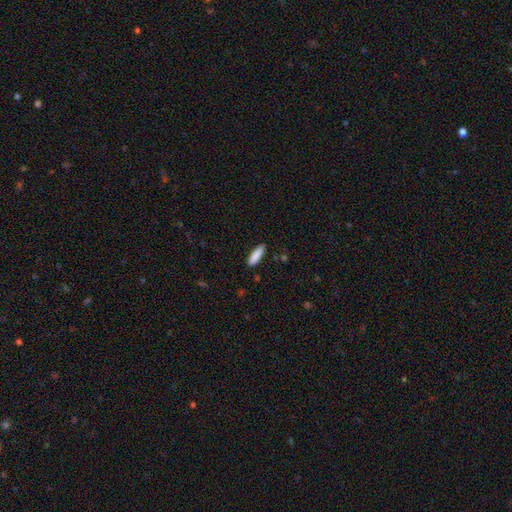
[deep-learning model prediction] Morphology: type=smooth (89%); roundness=cigar-shaped (54%); merging=none (87%).